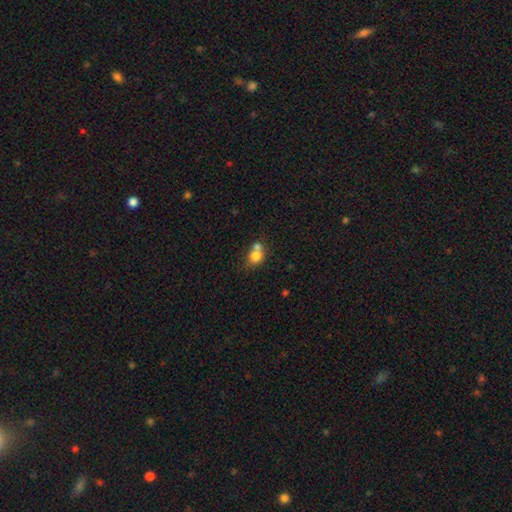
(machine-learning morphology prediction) Smooth or featured: smooth — 76% (featured or disk — 14%)
How rounded: round — 62% (in between — 36%)
Merging: merger — 53% (none — 33%)